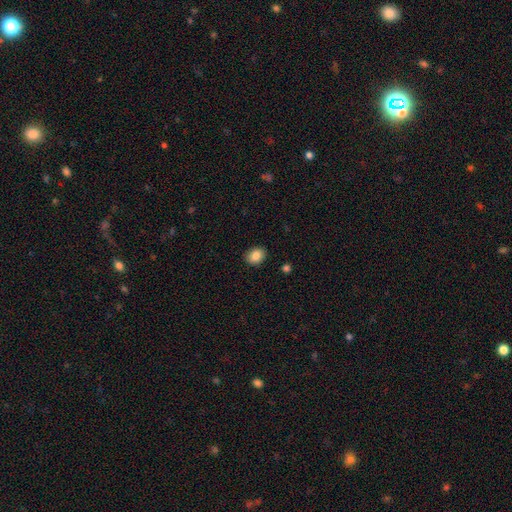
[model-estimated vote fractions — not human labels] This appears to be a smooth galaxy with no disk features (86%) that is in between round and cigar-shaped (51%). Merging: none (89%).